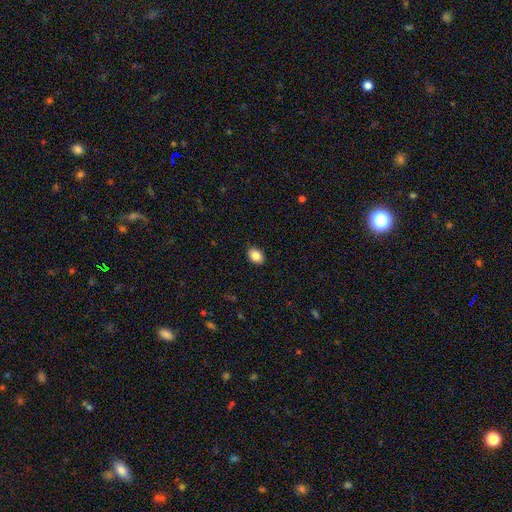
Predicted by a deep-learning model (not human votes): Smooth or featured: smooth — 86% (star or artifact — 8%)
How rounded: in between — 69% (round — 30%)
Merging: none — 89% (minor disturbance — 8%)